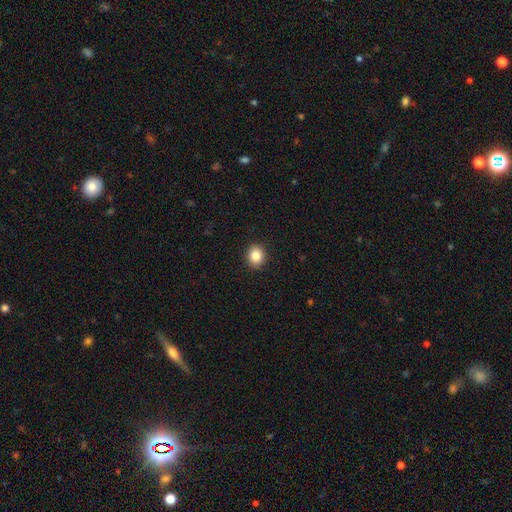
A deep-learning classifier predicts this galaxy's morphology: Smooth or featured: smooth — 85% (star or artifact — 10%)
How rounded: round — 74% (in between — 25%)
Merging: none — 92% (minor disturbance — 6%)